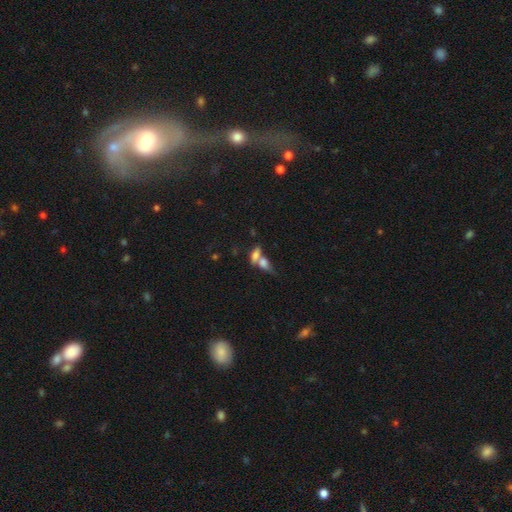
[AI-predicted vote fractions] This is likely a smooth galaxy (66%). How rounded: likely in between (74%). Merging: likely merger (61%).